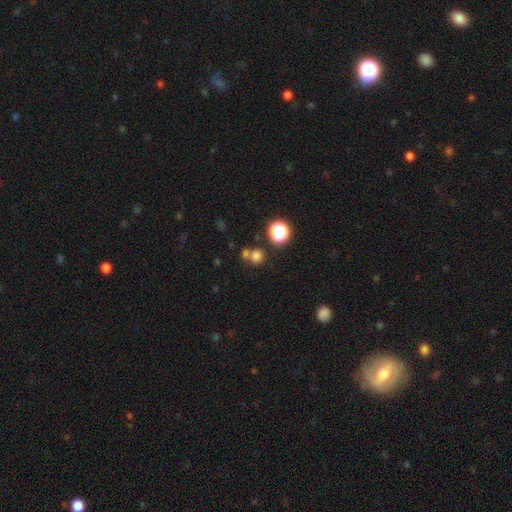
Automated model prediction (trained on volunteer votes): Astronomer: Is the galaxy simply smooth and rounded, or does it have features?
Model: smooth — 74%.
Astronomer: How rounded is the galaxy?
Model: round — 86%.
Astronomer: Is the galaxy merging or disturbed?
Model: none — 60%.